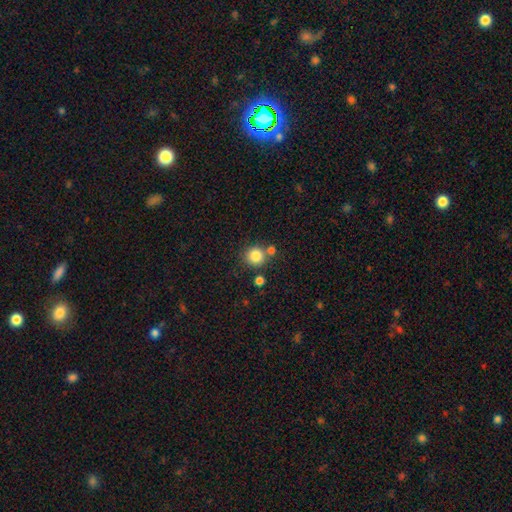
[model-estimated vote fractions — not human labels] Overall: smooth (84%). How rounded: round (92%). Merging: none (71%).